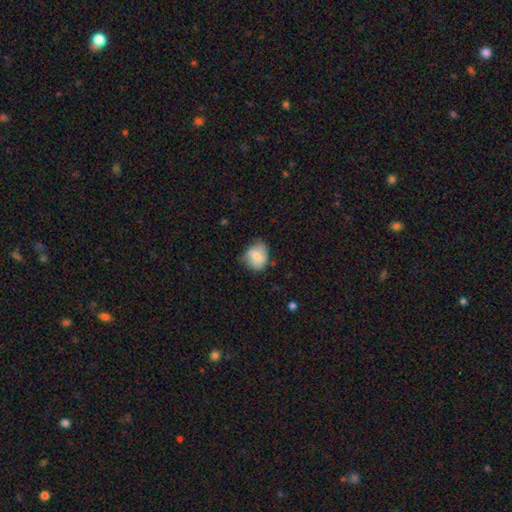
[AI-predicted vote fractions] smooth-or-featured: smooth: 71% | featured or disk: 21% | star or artifact: 8%
  how-rounded: round: 56% | in between: 43% | cigar-shaped: 1%
  merging: none: 55% | minor disturbance: 35% | major disturbance: 9% | merger: 2%